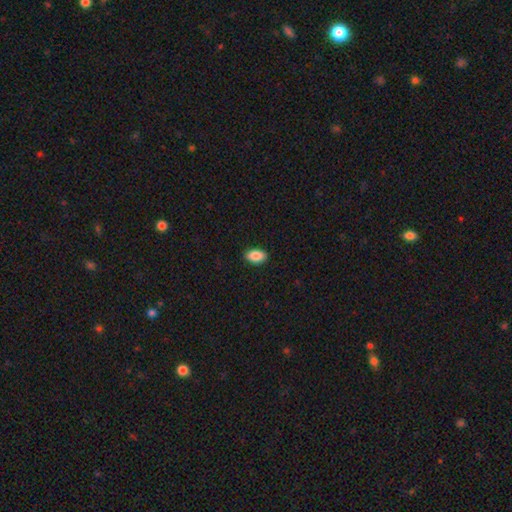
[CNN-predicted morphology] Overall: smooth (87%). How rounded: in between (92%). Merging: none (90%).